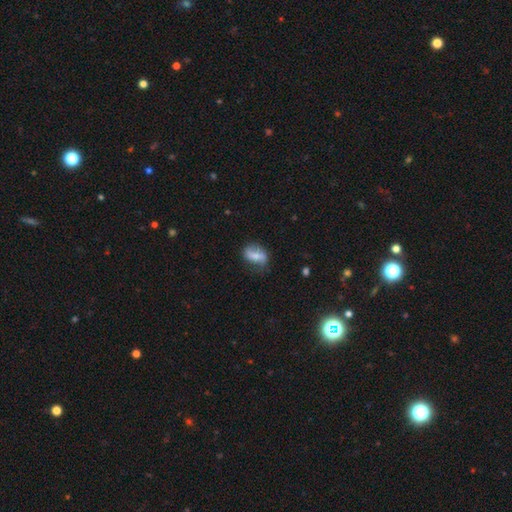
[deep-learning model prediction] Smooth or featured? Predicted: smooth (p=0.56). How rounded? Predicted: in between (p=0.78). Merging? Predicted: none (p=0.61).